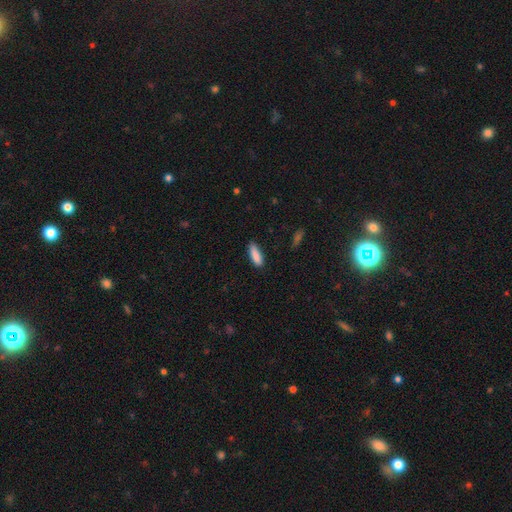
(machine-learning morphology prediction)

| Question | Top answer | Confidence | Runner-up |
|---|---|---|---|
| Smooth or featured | smooth | 89% | star or artifact (6%) |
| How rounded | in between | 53% | cigar-shaped (46%) |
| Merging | none | 82% | minor disturbance (14%) |